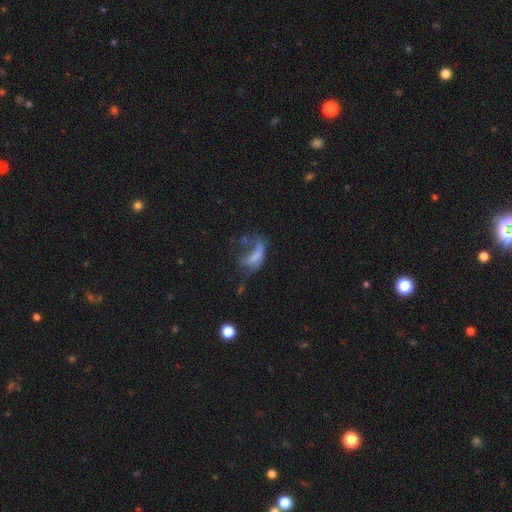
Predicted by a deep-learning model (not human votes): Overall: smooth (43%; featured or disk 41%). Merging: major disturbance (52%; none 19%).